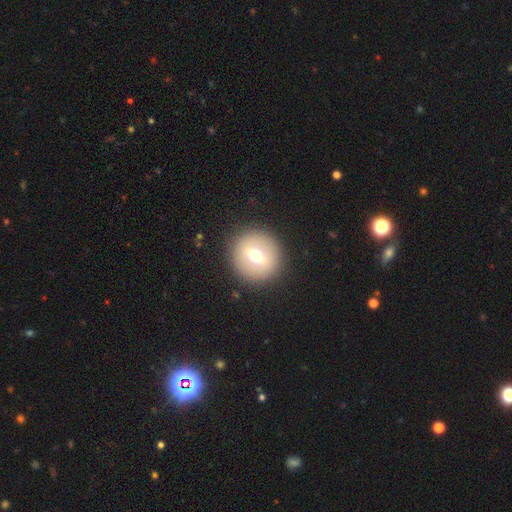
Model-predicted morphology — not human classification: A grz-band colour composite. It shows a smooth galaxy with no disk features (60%) that is round (91%). Merging: none (88%).